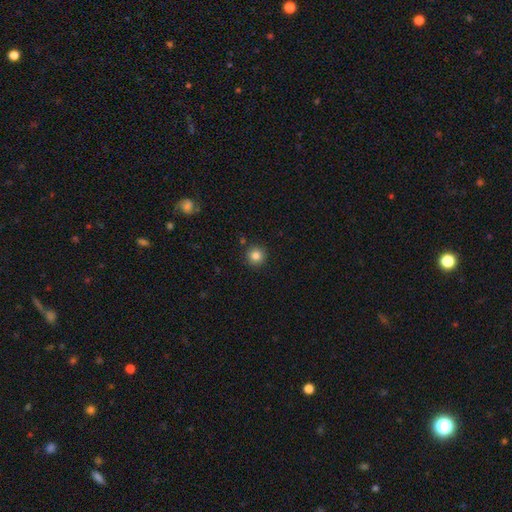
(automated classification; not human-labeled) Smooth or featured?
  - smooth: 84% *
  - star or artifact: 11%
  - featured or disk: 5%
How rounded?
  - round: 95% *
  - in between: 4%
  - cigar-shaped: 1%
Merging?
  - none: 89% *
  - minor disturbance: 7%
  - merger: 2%
  - major disturbance: 2%